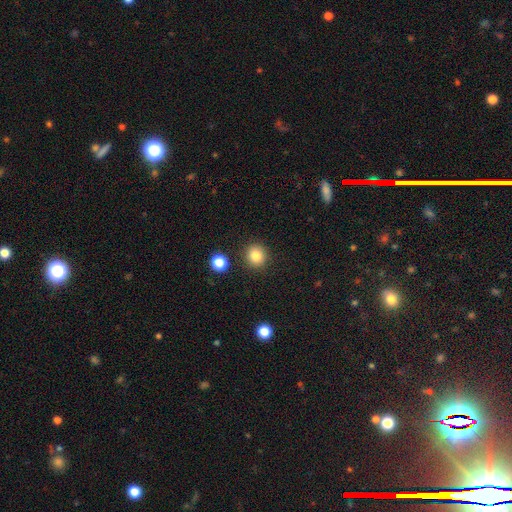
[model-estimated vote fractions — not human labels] Overall: smooth (84%). How rounded: round (88%). Merging: none (89%).